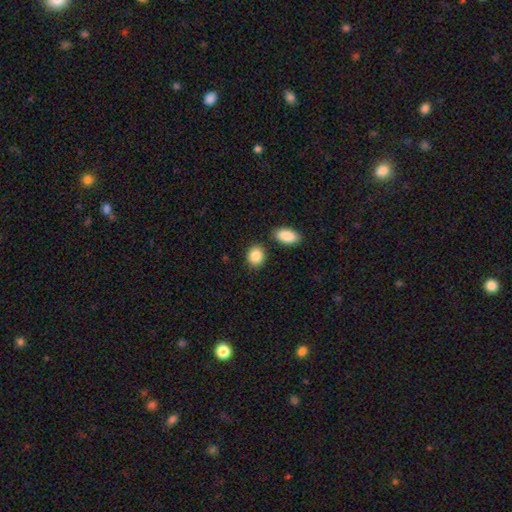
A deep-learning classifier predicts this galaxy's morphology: smooth_or_featured: smooth (p=0.88) [alt: star or artifact p=0.07]
how_rounded: round (p=0.49) [tied with: in between p=0.49]
merging: none (p=0.80) [alt: minor disturbance p=0.09]